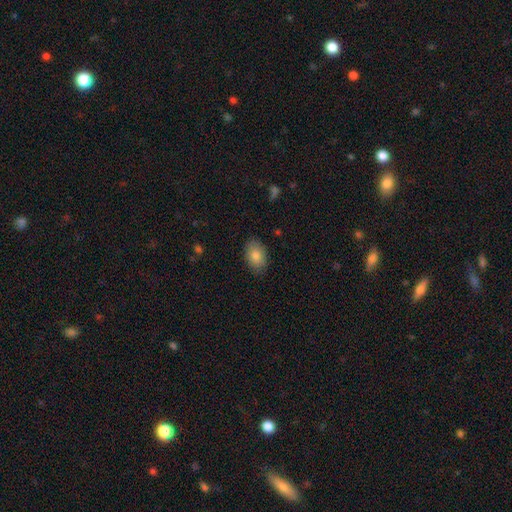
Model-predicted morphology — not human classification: This appears to be a smooth galaxy with no disk features (83%) that is in between round and cigar-shaped (88%). Merging: none (85%).